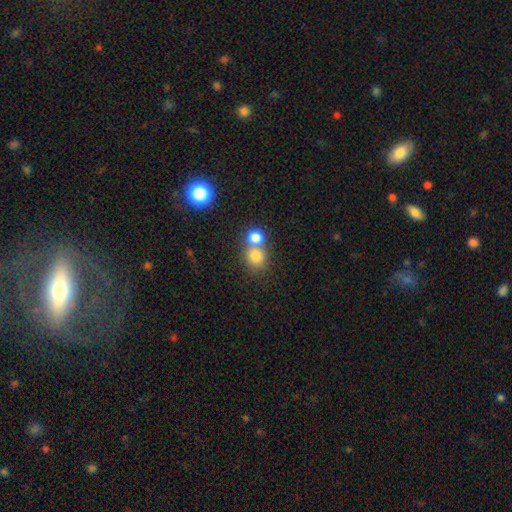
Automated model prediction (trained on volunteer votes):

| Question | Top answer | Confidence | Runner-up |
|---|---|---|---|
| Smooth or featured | smooth | 78% | star or artifact (12%) |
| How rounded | round | 81% | in between (18%) |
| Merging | merger | 52% | none (40%) |